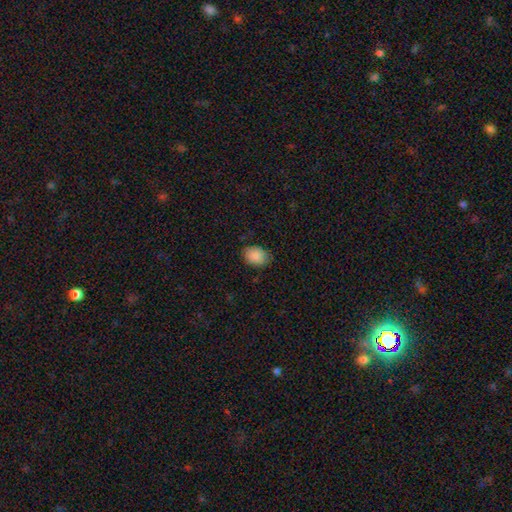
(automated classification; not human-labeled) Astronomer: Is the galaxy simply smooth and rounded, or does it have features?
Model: smooth — 88%.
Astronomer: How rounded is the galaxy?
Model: in between — 72%.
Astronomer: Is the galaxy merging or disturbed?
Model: none — 78%.